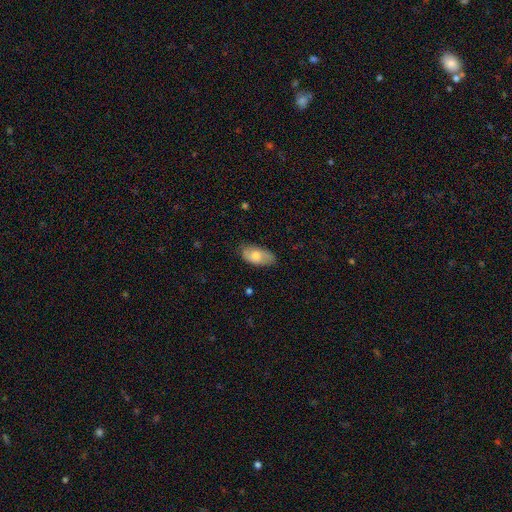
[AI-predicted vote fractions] Q: Smooth or featured?
A: smooth (70%); runner-up: featured or disk (24%)
Q: How rounded?
A: in between (93%); runner-up: cigar-shaped (4%)
Q: Merging?
A: none (75%); runner-up: minor disturbance (20%)